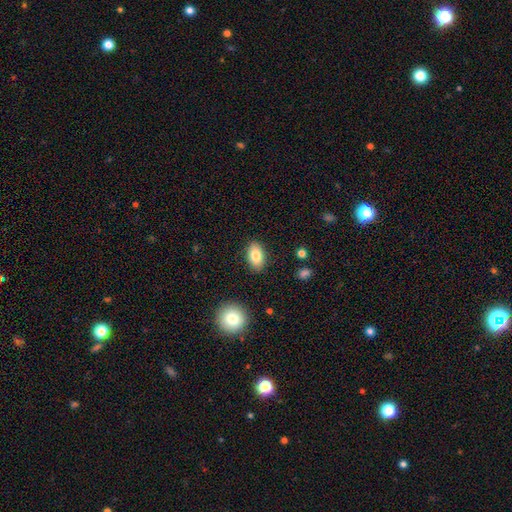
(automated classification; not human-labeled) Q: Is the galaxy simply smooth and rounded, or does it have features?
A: smooth — 83%.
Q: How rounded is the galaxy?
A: in between — 91%.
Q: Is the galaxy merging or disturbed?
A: none — 87%.